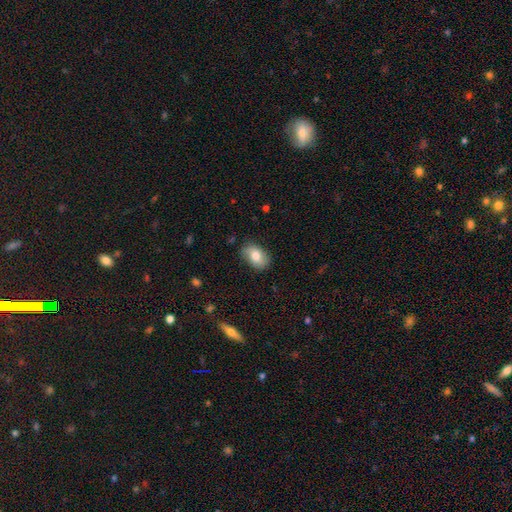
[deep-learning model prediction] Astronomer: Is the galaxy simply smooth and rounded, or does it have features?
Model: smooth — 77%.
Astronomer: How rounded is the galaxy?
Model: in between — 86%.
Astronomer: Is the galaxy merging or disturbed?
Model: none — 78%.